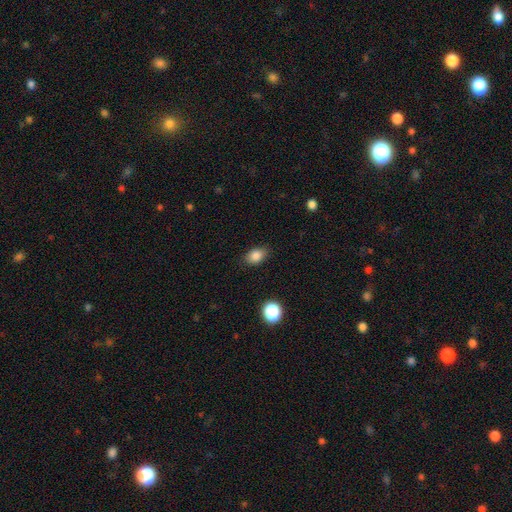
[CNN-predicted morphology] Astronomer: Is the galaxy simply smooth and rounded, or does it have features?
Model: smooth — 85%.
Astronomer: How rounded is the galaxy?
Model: in between — 78%.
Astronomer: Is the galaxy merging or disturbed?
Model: none — 84%.